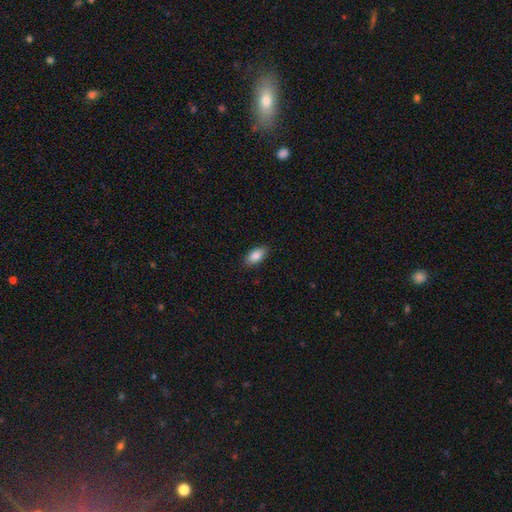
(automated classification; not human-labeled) smooth_or_featured: smooth (p=0.86) [alt: featured or disk p=0.07]
how_rounded: in between (p=0.92) [alt: cigar-shaped p=0.05]
merging: none (p=0.86) [alt: minor disturbance p=0.11]